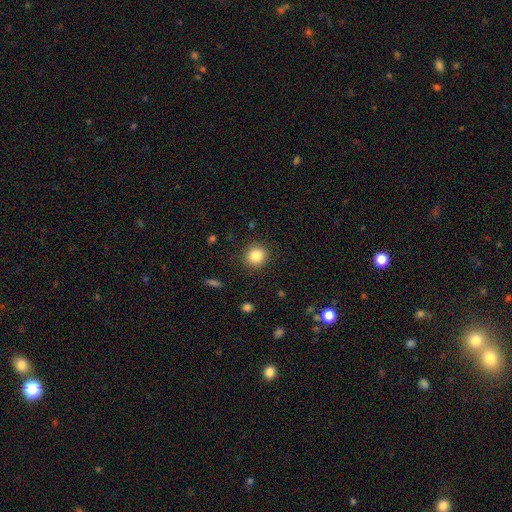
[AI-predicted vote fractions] smooth-or-featured: smooth: 84% | star or artifact: 10% | featured or disk: 6%
  how-rounded: round: 89% | in between: 10% | cigar-shaped: 1%
  merging: none: 89% | minor disturbance: 7% | major disturbance: 3% | merger: 1%